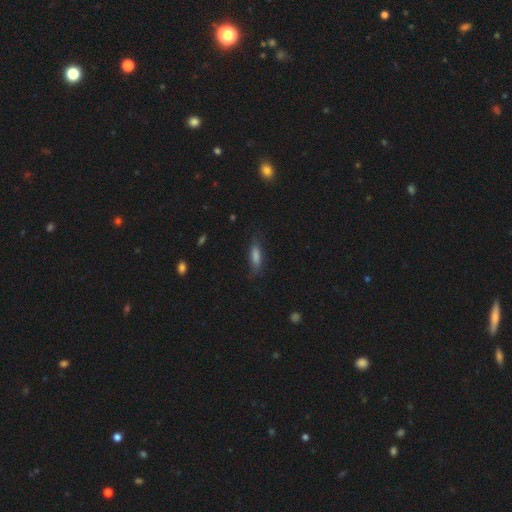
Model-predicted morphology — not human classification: smooth-or-featured: smooth: 71% | featured or disk: 18% | star or artifact: 11%
  how-rounded: cigar-shaped: 57% | in between: 41% | round: 3%
  merging: none: 74% | minor disturbance: 19% | major disturbance: 6% | merger: 2%